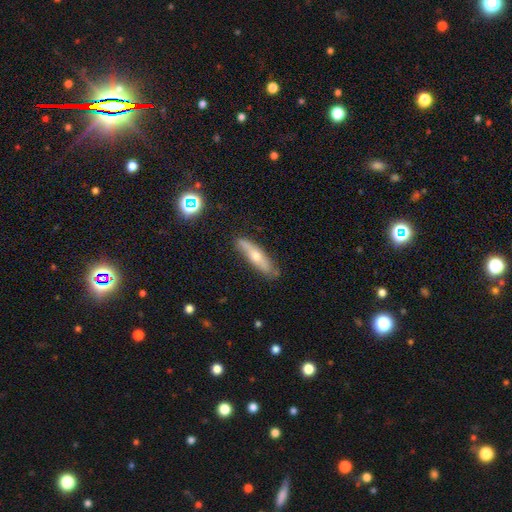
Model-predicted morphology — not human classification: smooth-or-featured: featured or disk: 48% | smooth: 44% | star or artifact: 8%
  merging: none: 76% | minor disturbance: 18% | major disturbance: 3% | merger: 2%